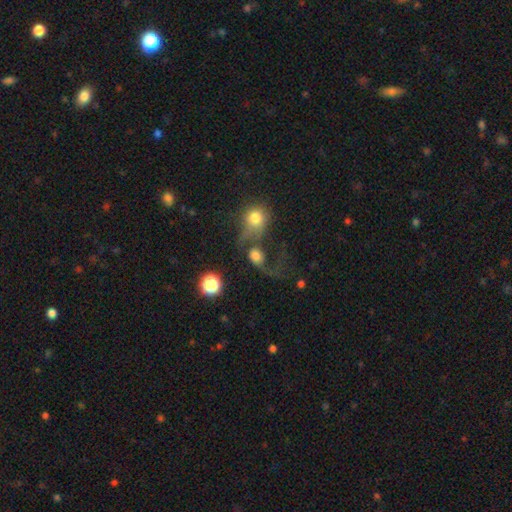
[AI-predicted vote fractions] Smooth or featured? smooth (55%)
How rounded? round (58%)
Merging? merger (38%)